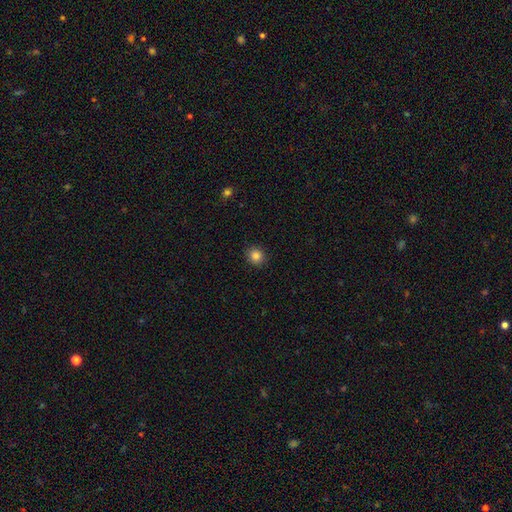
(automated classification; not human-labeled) A smooth galaxy with no disk features (84%) that is round (82%). Merging: none (89%).